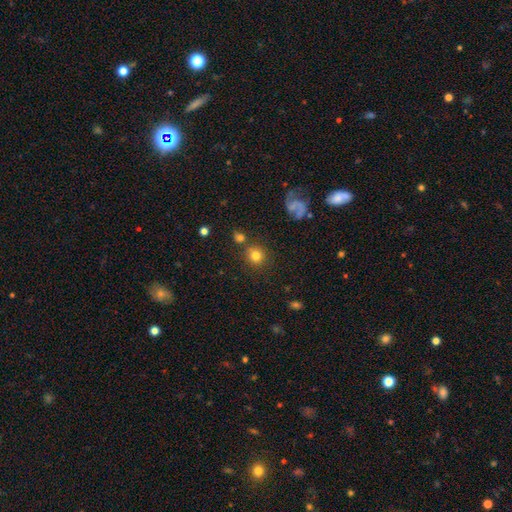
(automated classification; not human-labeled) A smooth galaxy with no disk features (77%) that is round (88%). Merging: none (76%).